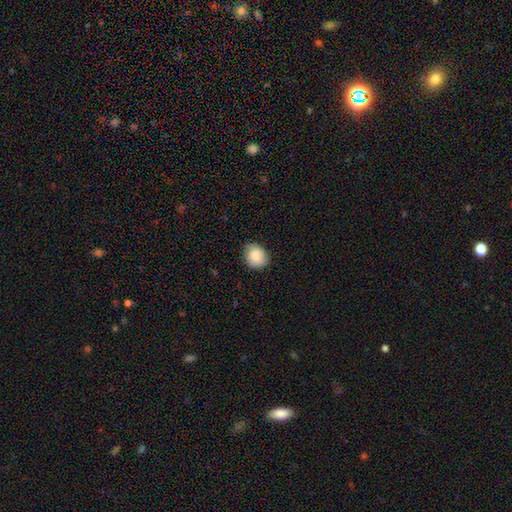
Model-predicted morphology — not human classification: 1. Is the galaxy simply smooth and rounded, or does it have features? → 86% smooth, 7% star or artifact, 6% featured or disk.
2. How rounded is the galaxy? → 58% round, 41% in between, 1% cigar-shaped.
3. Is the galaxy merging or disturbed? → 79% none, 18% minor disturbance, 3% major disturbance, 1% merger.